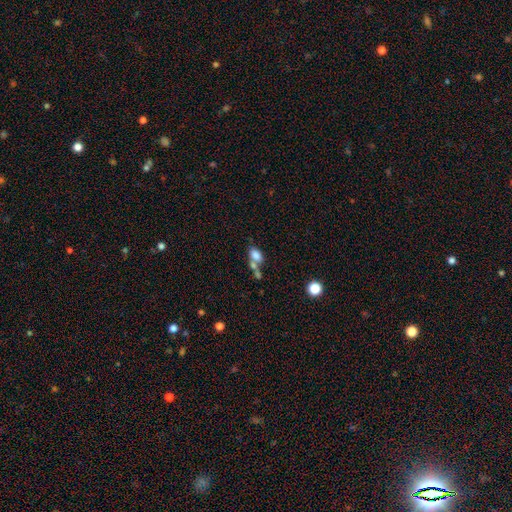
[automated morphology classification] Smooth or featured? smooth (77%)
How rounded? in between (85%)
Merging? merger (49%)